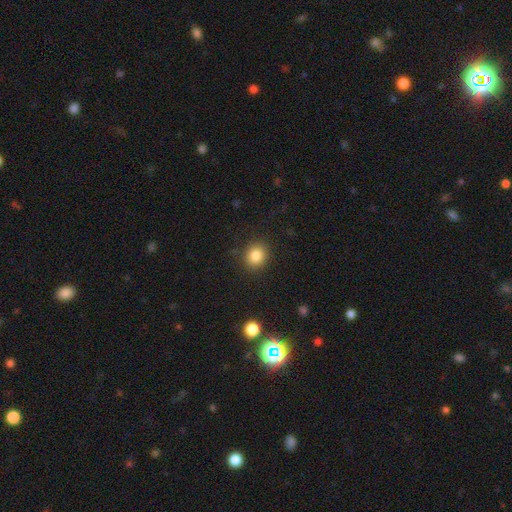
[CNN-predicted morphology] The model was most divided on "how rounded": round: 78%, in between: 21%, cigar-shaped: 1%. More confident: merging — none (89%); smooth or featured — smooth (84%).